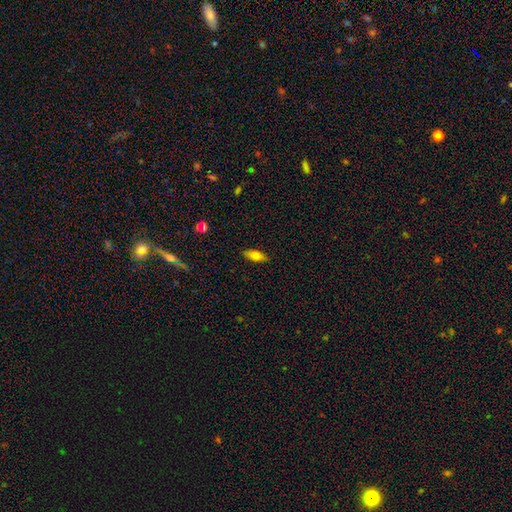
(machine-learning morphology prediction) A smooth galaxy with no disk features (71%) that is in between round and cigar-shaped (75%).

Vote fractions:
- Smooth or featured? smooth: 71% / featured or disk: 21% / star or artifact: 8%
- How rounded? in between: 75% / cigar-shaped: 22% / round: 3%
- Merging? none: 87% / minor disturbance: 10% / major disturbance: 2% / merger: 1%